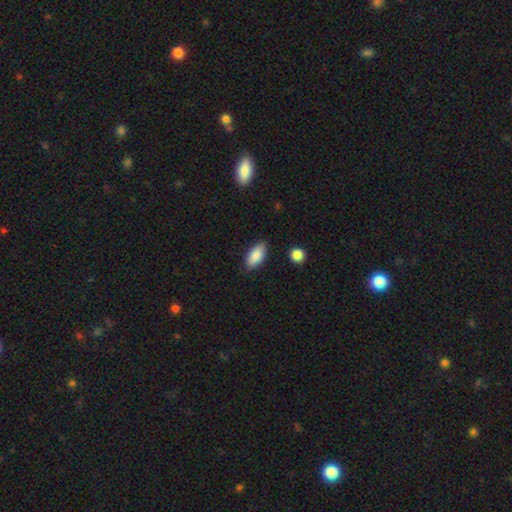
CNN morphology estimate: smooth-or-featured: smooth: 87% | featured or disk: 7% | star or artifact: 6%
  how-rounded: in between: 89% | cigar-shaped: 8% | round: 2%
  merging: none: 82% | minor disturbance: 14% | major disturbance: 3% | merger: 2%